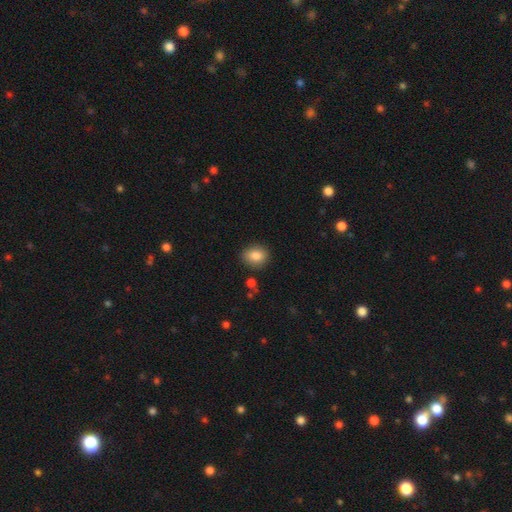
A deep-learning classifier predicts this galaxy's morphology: type=smooth (84%); roundness=round (52%); merging=none (84%).